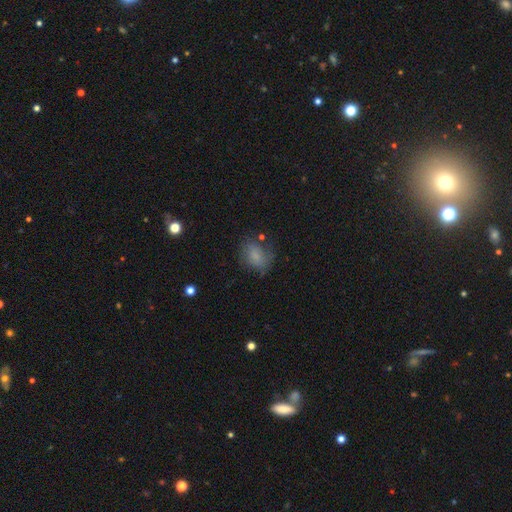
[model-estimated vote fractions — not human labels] A smooth galaxy with no disk features (72%) that is in between round and cigar-shaped (61%).

Vote fractions:
- Smooth or featured? smooth: 72% / featured or disk: 17% / star or artifact: 11%
- How rounded? in between: 61% / round: 37% / cigar-shaped: 1%
- Merging? none: 59% / minor disturbance: 25% / major disturbance: 13% / merger: 3%